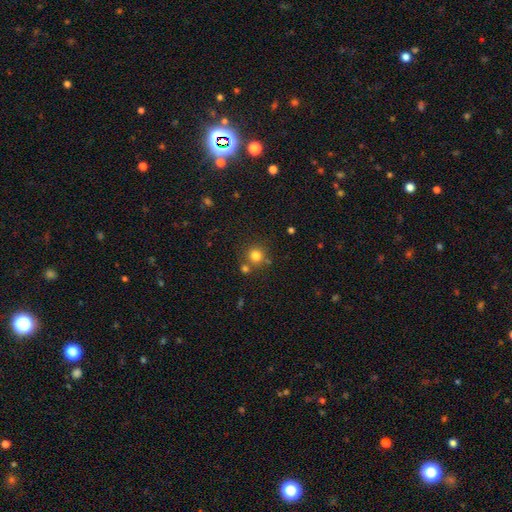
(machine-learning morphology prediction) smooth 79%, star or artifact 14%, featured or disk 7%. Down the decision tree: how rounded — round (92%); merging — none (73%).